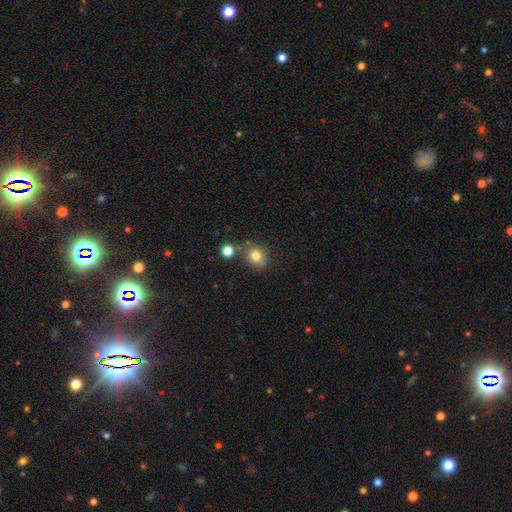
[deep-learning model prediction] Smooth or featured? Predicted: smooth (p=0.79). How rounded? Predicted: round (p=0.77). Merging? Predicted: none (p=0.71).